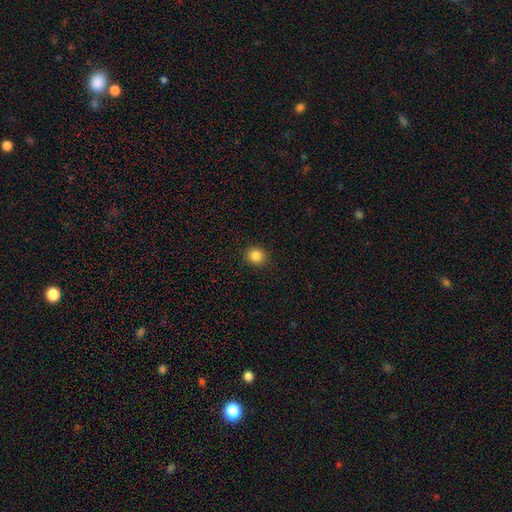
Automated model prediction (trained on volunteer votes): A smooth galaxy with no disk features (85%) that is round (87%). Merging: none (91%).